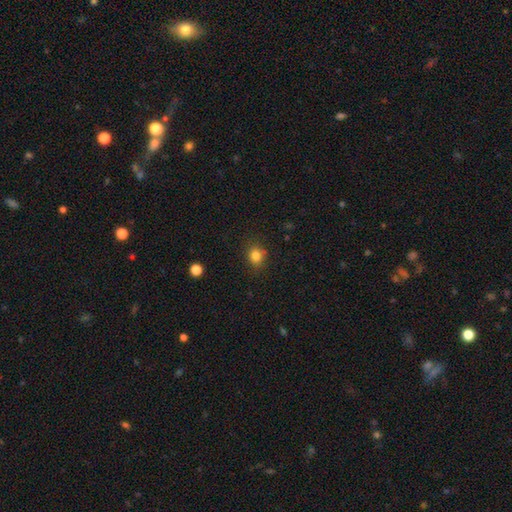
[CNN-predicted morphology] Smooth or featured? Predicted: smooth (p=0.82). How rounded? Predicted: round (p=0.72). Merging? Predicted: none (p=0.80).